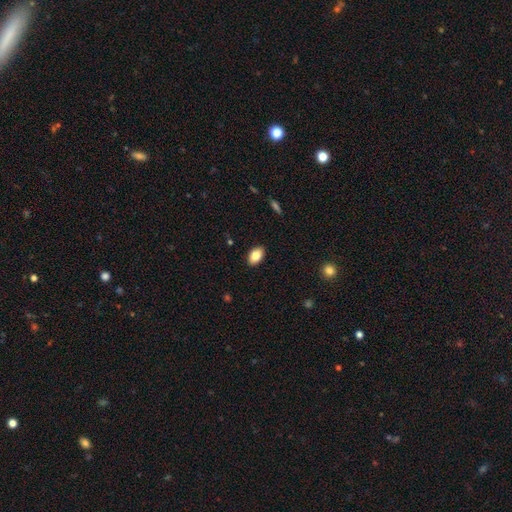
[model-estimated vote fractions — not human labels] Smooth or featured? smooth (84%)
How rounded? in between (90%)
Merging? none (88%)